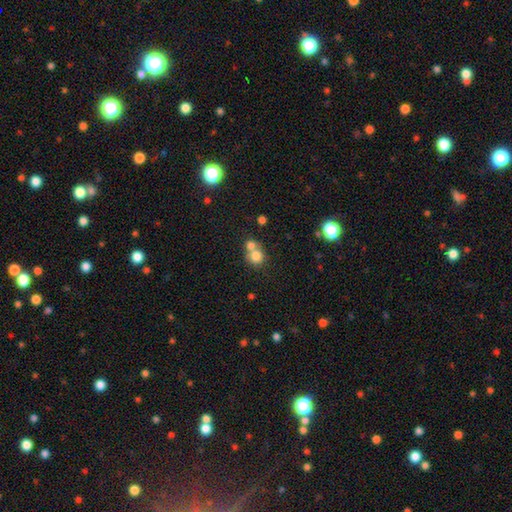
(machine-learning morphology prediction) type=smooth (77%); roundness=round (85%); merging=merger (50%).